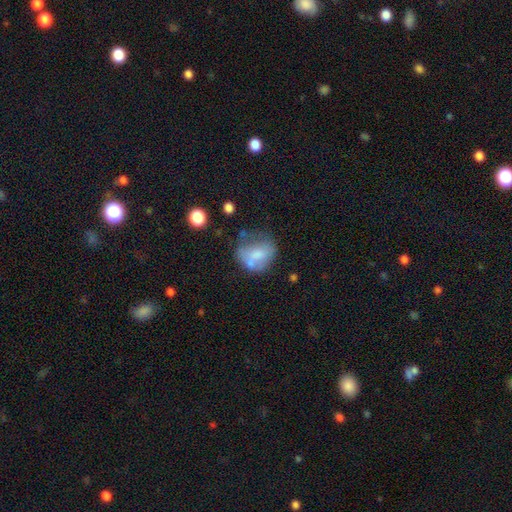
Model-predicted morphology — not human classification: type=smooth (59%); roundness=round (56%); merging=none (36%).